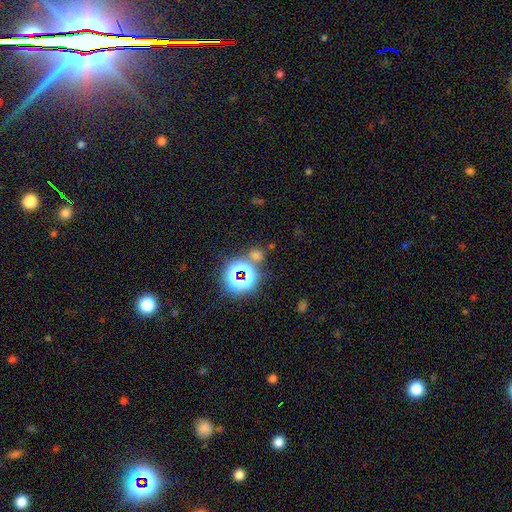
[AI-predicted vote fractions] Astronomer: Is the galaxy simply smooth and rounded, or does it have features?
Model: smooth — 49% (runner-up: star or artifact, 44%).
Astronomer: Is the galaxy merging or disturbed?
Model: none — 69%.